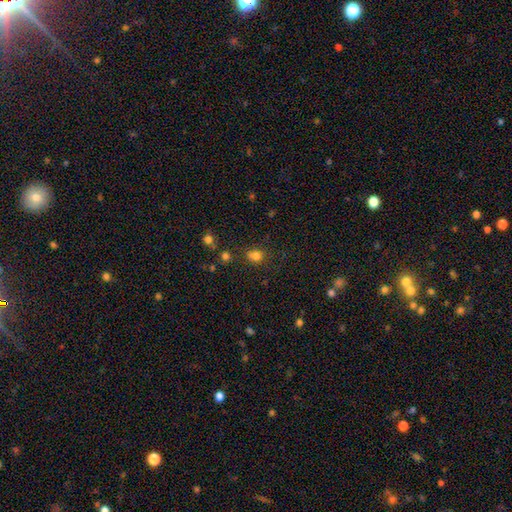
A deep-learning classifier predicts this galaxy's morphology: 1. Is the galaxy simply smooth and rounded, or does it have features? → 78% smooth, 16% star or artifact, 6% featured or disk.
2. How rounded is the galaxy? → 71% round, 28% in between, 1% cigar-shaped.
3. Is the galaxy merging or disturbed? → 63% none, 17% minor disturbance, 14% merger, 6% major disturbance.